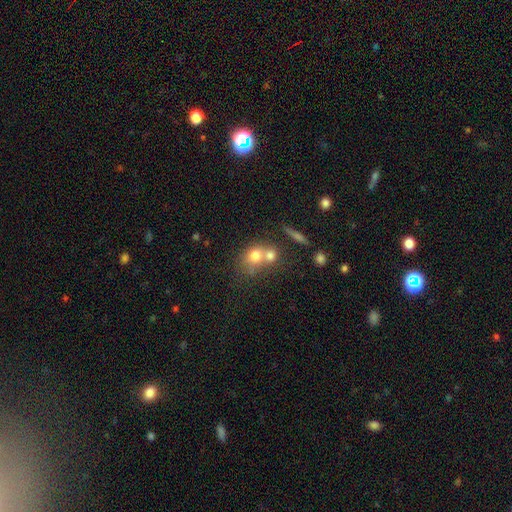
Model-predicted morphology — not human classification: This appears to be a smooth galaxy with no disk features (71%) that is round (61%). Merging: merger (59%).